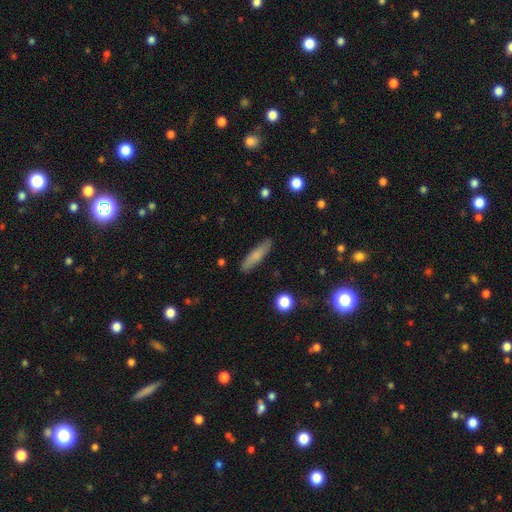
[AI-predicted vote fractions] Smooth or featured? smooth (73%)
How rounded? cigar-shaped (81%)
Merging? none (87%)